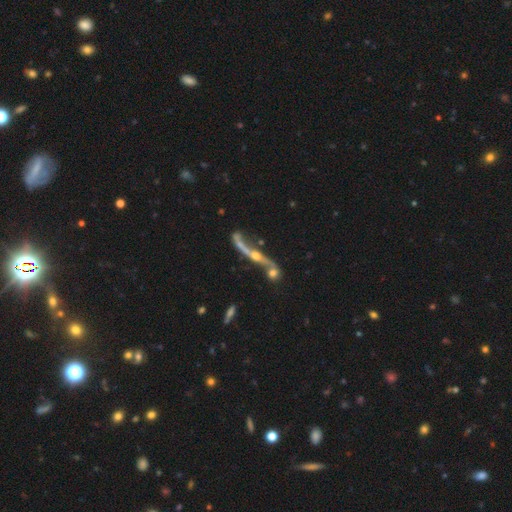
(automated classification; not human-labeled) Smooth or featured?
  - featured or disk: 81% *
  - smooth: 11%
  - star or artifact: 8%
Edge-on disk?
  - yes: 56% *
  - no: 44%
Merging?
  - none: 37% *
  - merger: 34%
  - minor disturbance: 15%
  - major disturbance: 13%